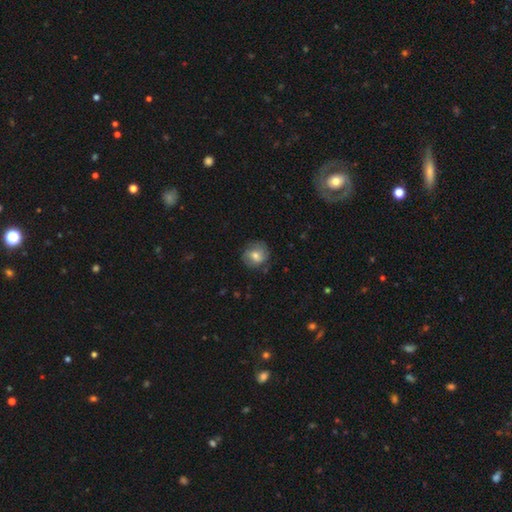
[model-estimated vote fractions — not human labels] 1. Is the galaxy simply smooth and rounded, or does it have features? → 57% smooth, 34% featured or disk, 8% star or artifact.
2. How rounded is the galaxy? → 80% round, 19% in between, 1% cigar-shaped.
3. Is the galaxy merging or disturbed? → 73% none, 19% minor disturbance, 6% major disturbance, 1% merger.